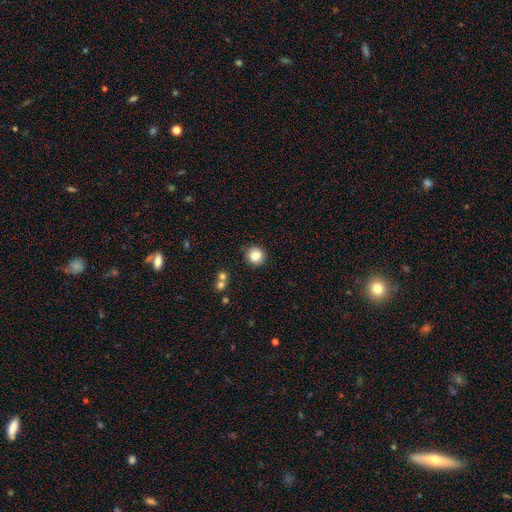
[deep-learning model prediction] Smooth or featured? Predicted: smooth (p=0.84). How rounded? Predicted: round (p=0.91). Merging? Predicted: none (p=0.86).